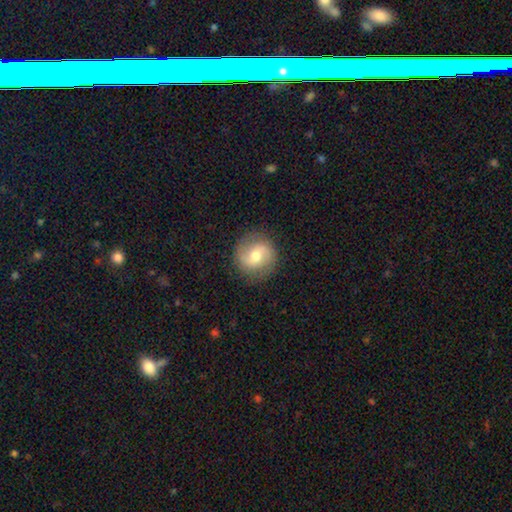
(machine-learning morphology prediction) Smooth or featured? Predicted: featured or disk (p=0.53). Edge-on disk? Predicted: no (p=0.97). Bar? Predicted: weak (p=0.44). Spiral arms? Predicted: yes (p=0.80). Bulge size? Predicted: moderate (p=0.71). Merging? Predicted: none (p=0.86).